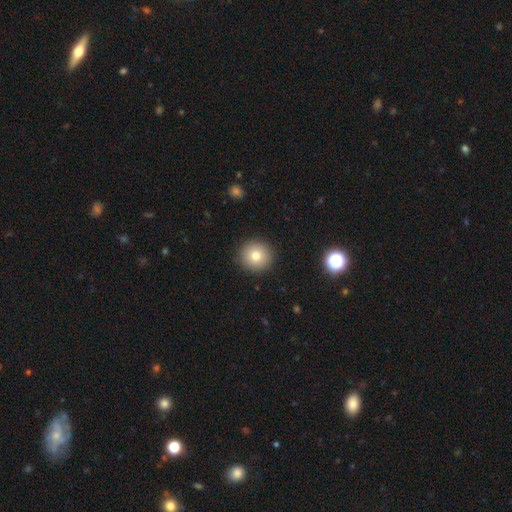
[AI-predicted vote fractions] Q: Smooth or featured?
A: smooth (79%); runner-up: featured or disk (10%)
Q: How rounded?
A: round (91%); runner-up: in between (8%)
Q: Merging?
A: none (91%); runner-up: minor disturbance (6%)